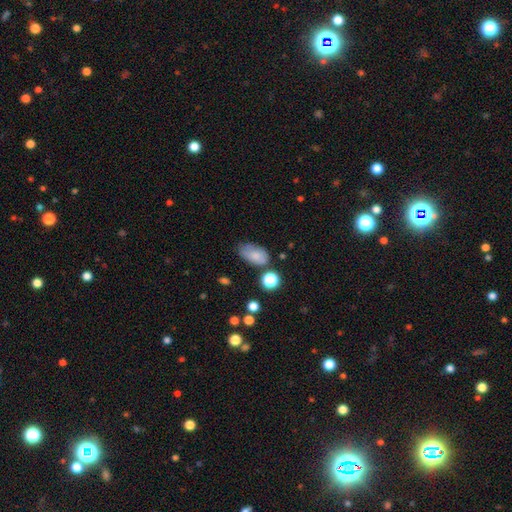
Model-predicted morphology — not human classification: A smooth galaxy with no disk features (78%) that is in between round and cigar-shaped (90%). Merging: none (53%).